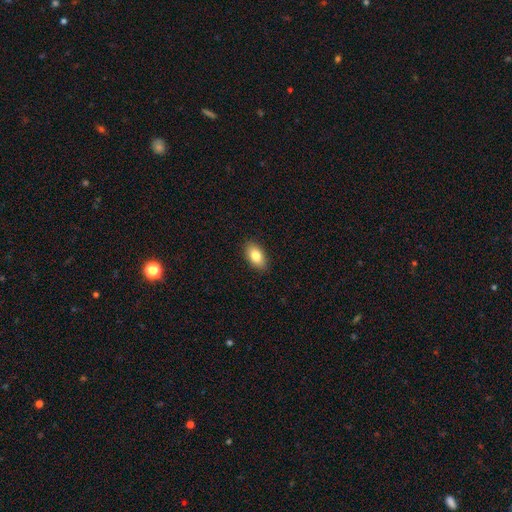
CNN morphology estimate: This is clearly a smooth galaxy (83%). How rounded: clearly in between (92%). Merging: clearly none (89%).